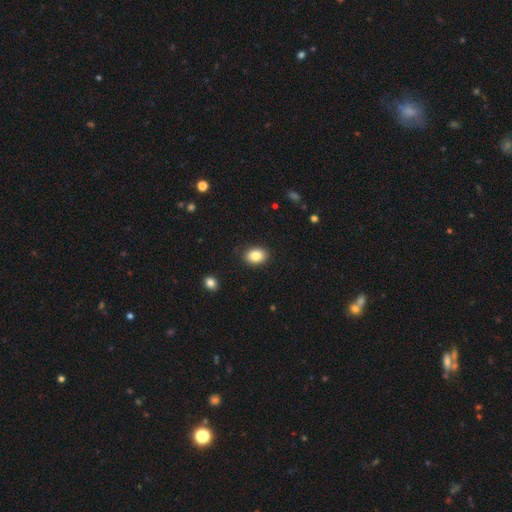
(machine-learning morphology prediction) smooth-or-featured: smooth: 84% | star or artifact: 8% | featured or disk: 8%
  how-rounded: in between: 71% | round: 28% | cigar-shaped: 1%
  merging: none: 88% | minor disturbance: 9% | major disturbance: 2% | merger: 1%